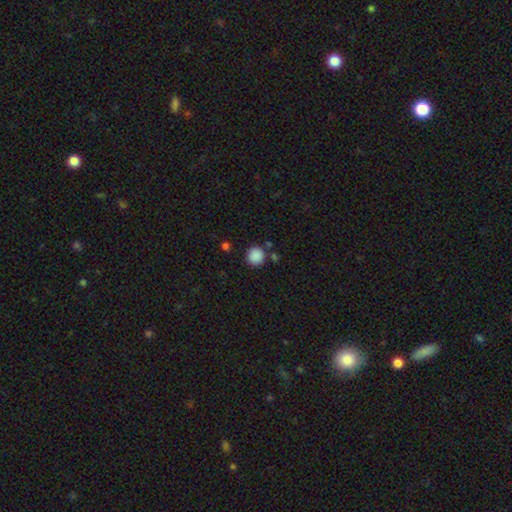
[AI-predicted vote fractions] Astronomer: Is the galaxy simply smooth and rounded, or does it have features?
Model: smooth — 88%.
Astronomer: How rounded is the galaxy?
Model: round — 92%.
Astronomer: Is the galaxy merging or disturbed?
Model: none — 83%.